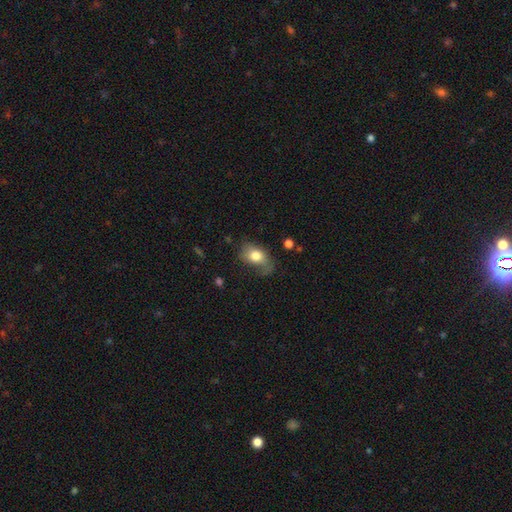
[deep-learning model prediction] Morphology: type=smooth (73%); roundness=in between (80%); merging=none (40%).